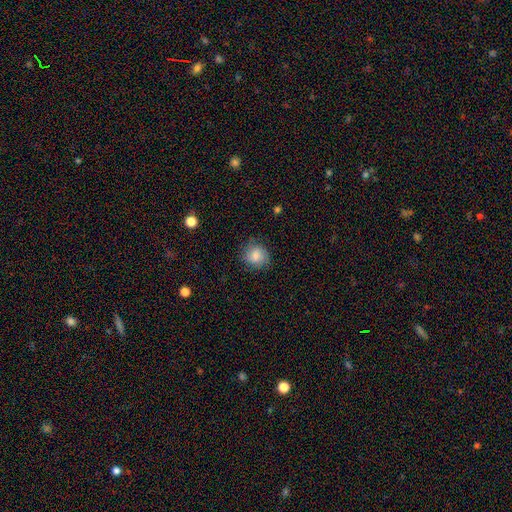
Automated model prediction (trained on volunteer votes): Smooth or featured?
  - smooth: 80% *
  - featured or disk: 12%
  - star or artifact: 8%
How rounded?
  - round: 80% *
  - in between: 19%
  - cigar-shaped: 1%
Merging?
  - none: 76% *
  - minor disturbance: 18%
  - major disturbance: 5%
  - merger: 1%